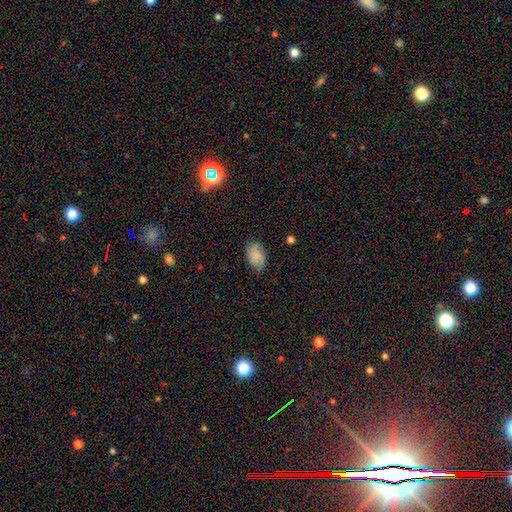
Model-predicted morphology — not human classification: Q: Smooth or featured?
A: smooth (74%); runner-up: featured or disk (17%)
Q: How rounded?
A: in between (91%); runner-up: round (8%)
Q: Merging?
A: none (68%); runner-up: minor disturbance (25%)